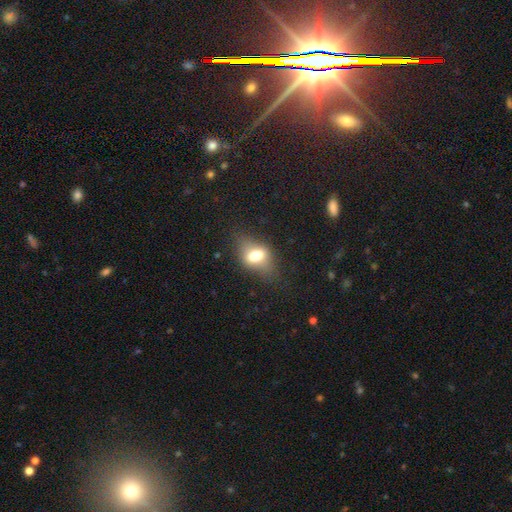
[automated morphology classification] smooth 63%, featured or disk 26%, star or artifact 11%. Down the decision tree: how rounded — in between (75%); merging — none (68%).